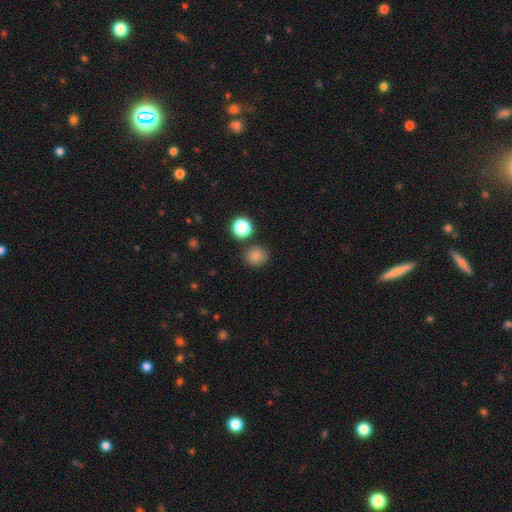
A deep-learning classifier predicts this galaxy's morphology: Smooth or featured? Predicted: smooth (p=0.81). How rounded? Predicted: round (p=0.85). Merging? Predicted: none (p=0.84).